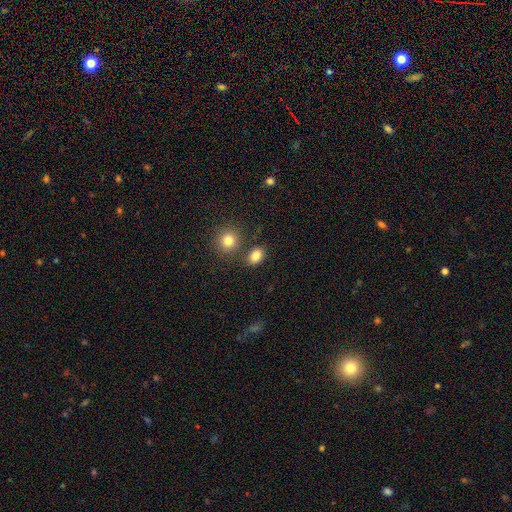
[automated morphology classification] Smooth or featured? smooth (84%)
How rounded? in between (73%)
Merging? none (74%)